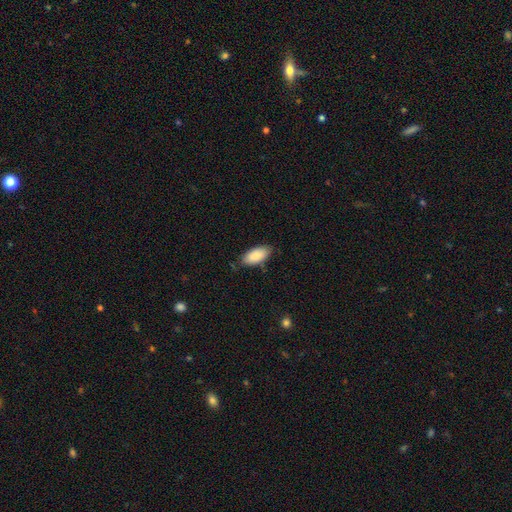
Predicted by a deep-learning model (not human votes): Smooth or featured? smooth (87%)
How rounded? in between (91%)
Merging? none (78%)